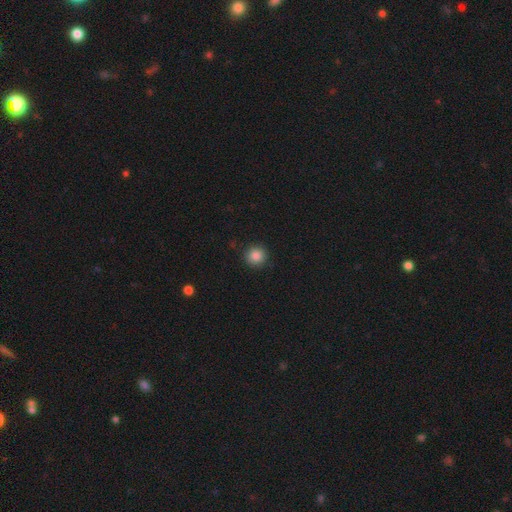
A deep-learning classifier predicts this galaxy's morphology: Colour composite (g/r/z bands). It shows a smooth galaxy with no disk features (86%) that is round (94%). Merging: none (91%).